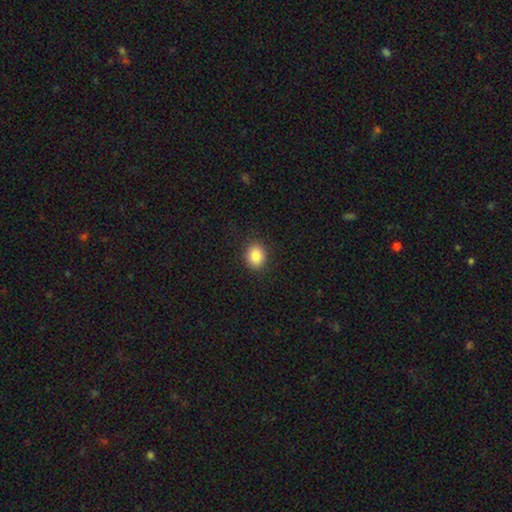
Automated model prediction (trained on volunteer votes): A smooth galaxy with no disk features (87%) that is round (59%).

Vote fractions:
- Smooth or featured? smooth: 87% / star or artifact: 9% / featured or disk: 4%
- How rounded? round: 59% / in between: 40% / cigar-shaped: 1%
- Merging? none: 89% / minor disturbance: 7% / major disturbance: 2% / merger: 1%